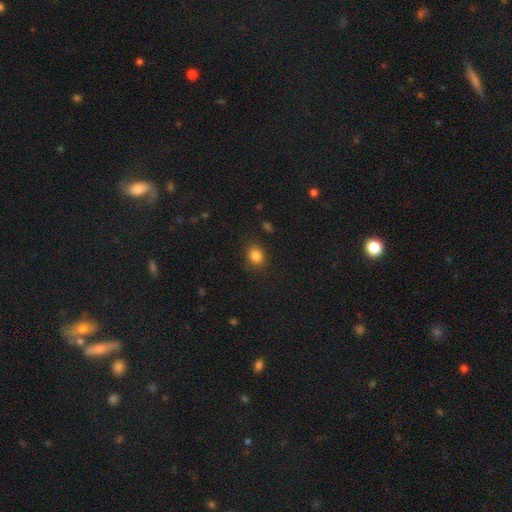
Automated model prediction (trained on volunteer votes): Smooth or featured? smooth (85%)
How rounded? round (53%)
Merging? none (85%)